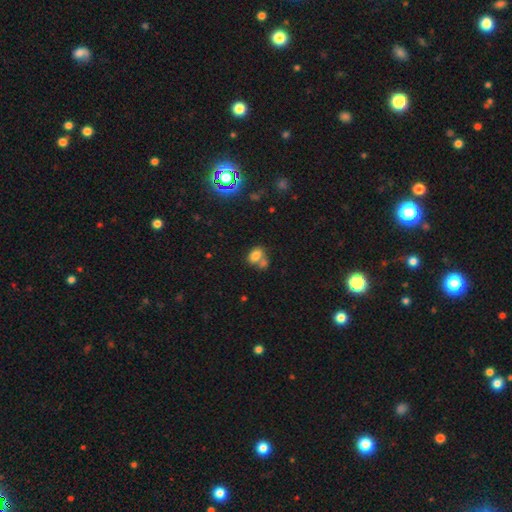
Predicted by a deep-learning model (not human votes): Q: Smooth or featured?
A: smooth (77%); runner-up: star or artifact (12%)
Q: How rounded?
A: in between (77%); runner-up: round (22%)
Q: Merging?
A: merger (45%); runner-up: none (38%)